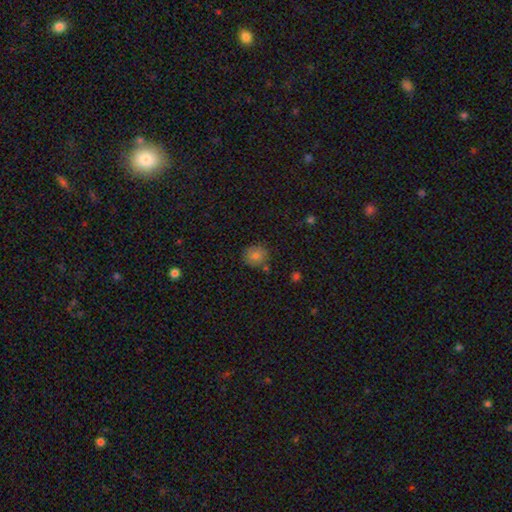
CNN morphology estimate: Smooth or featured? Predicted: smooth (p=0.77). How rounded? Predicted: round (p=0.78). Merging? Predicted: none (p=0.77).